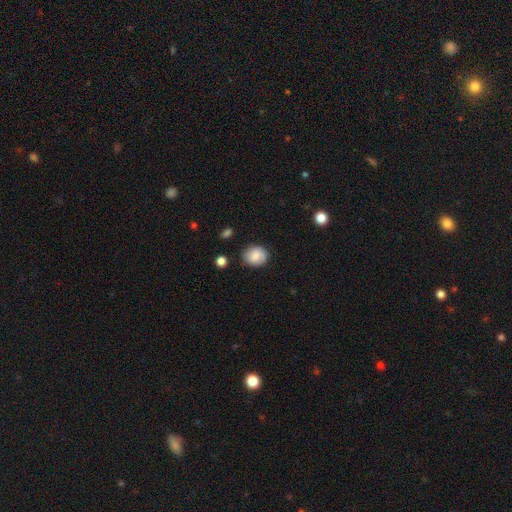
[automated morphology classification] smooth_or_featured: smooth (p=0.80) [alt: featured or disk p=0.12]
how_rounded: round (p=0.69) [alt: in between p=0.31]
merging: none (p=0.81) [alt: minor disturbance p=0.14]